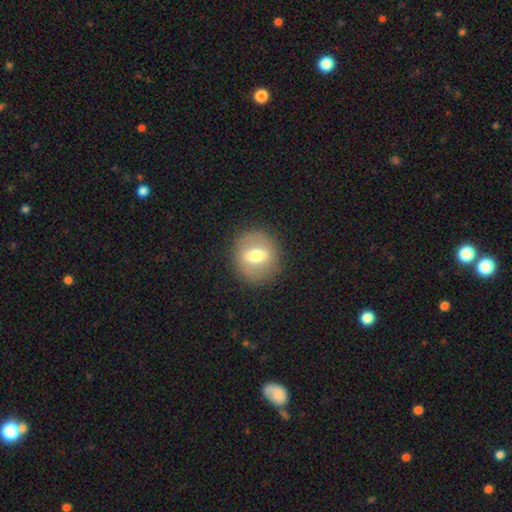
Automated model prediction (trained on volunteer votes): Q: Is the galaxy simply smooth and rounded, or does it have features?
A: smooth — 53%.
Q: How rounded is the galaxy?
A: round — 78%.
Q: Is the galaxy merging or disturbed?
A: none — 86%.